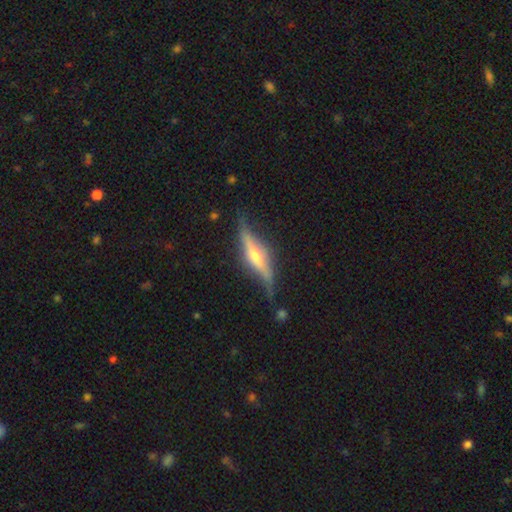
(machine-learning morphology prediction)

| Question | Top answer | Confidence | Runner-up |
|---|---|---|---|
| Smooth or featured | featured or disk | 75% | smooth (19%) |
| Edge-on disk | yes | 90% | no (10%) |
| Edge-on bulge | rounded | 72% | boxy (18%) |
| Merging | none | 70% | minor disturbance (21%) |